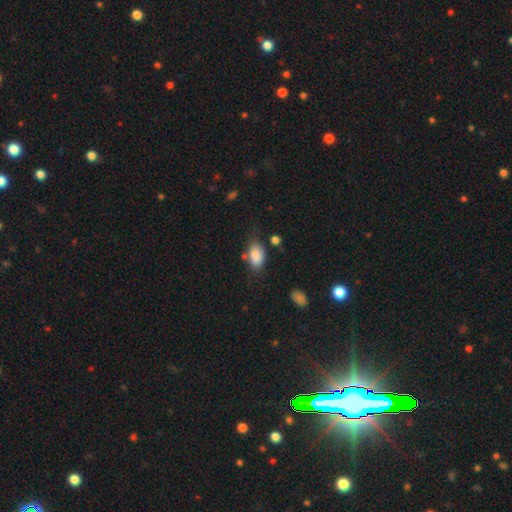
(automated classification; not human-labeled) Smooth or featured: smooth — 85% (star or artifact — 7%)
How rounded: in between — 91% (round — 7%)
Merging: none — 64% (minor disturbance — 22%)